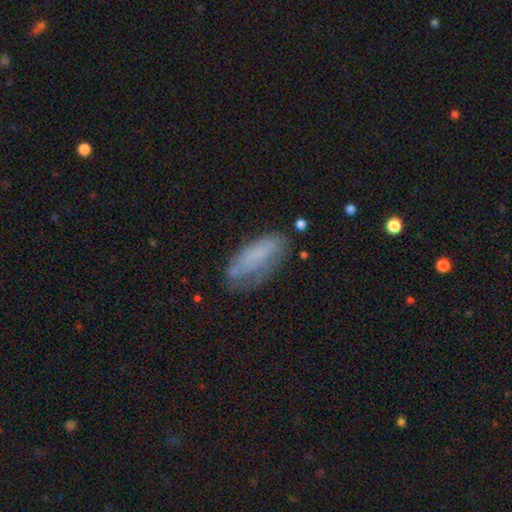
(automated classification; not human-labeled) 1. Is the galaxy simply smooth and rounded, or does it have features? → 60% smooth, 30% featured or disk, 10% star or artifact.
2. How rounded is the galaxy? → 76% in between, 22% cigar-shaped, 2% round.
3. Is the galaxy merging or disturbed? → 53% none, 28% minor disturbance, 16% major disturbance, 4% merger.